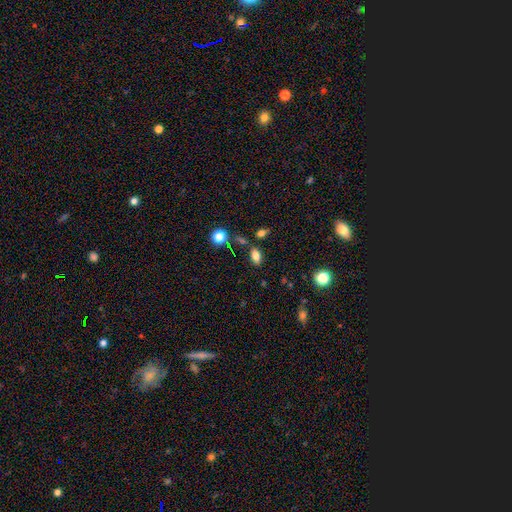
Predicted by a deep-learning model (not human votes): smooth_or_featured: smooth (p=0.78) [alt: star or artifact p=0.12]
how_rounded: in between (p=0.85) [alt: round p=0.10]
merging: none (p=0.76) [alt: minor disturbance p=0.12]